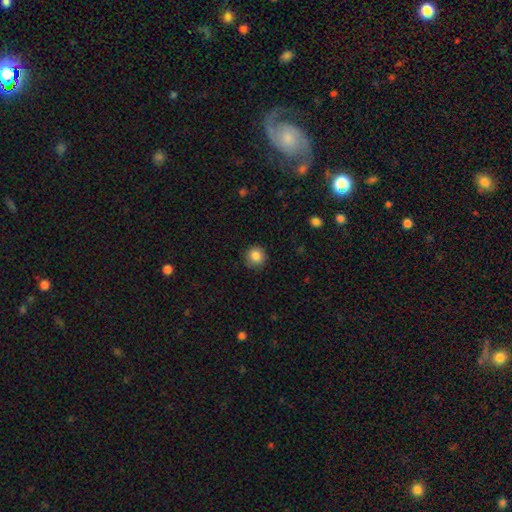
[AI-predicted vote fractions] Smooth or featured: smooth — 86% (star or artifact — 10%)
How rounded: round — 94% (in between — 5%)
Merging: none — 88% (minor disturbance — 8%)